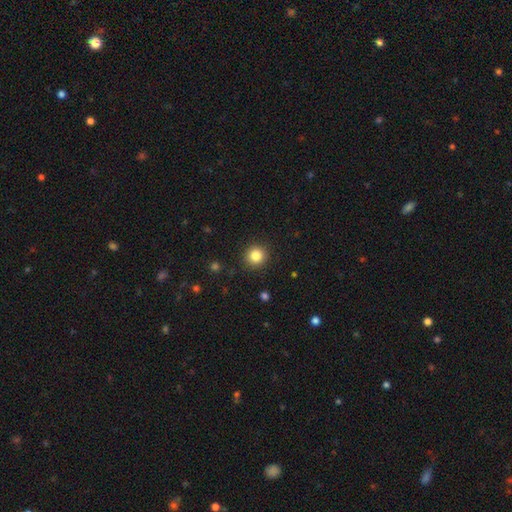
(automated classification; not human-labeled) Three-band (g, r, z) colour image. It shows a smooth galaxy with no disk features (84%) that is round (92%). Merging: none (91%).